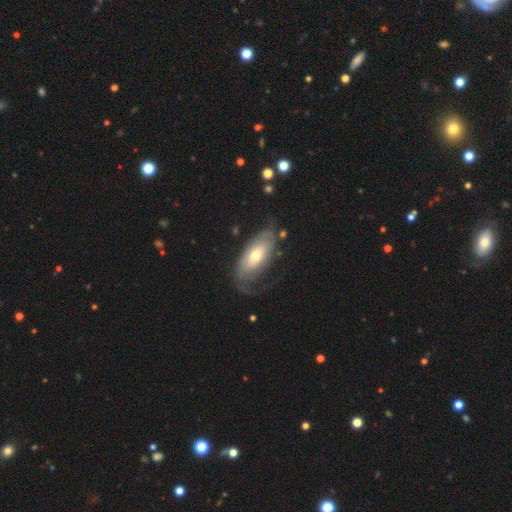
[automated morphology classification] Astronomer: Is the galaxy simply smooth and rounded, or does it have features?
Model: featured or disk — 56% (runner-up: smooth, 39%).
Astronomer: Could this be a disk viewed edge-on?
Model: no — 87%.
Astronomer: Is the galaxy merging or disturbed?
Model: none — 48% (runner-up: minor disturbance, 24%).